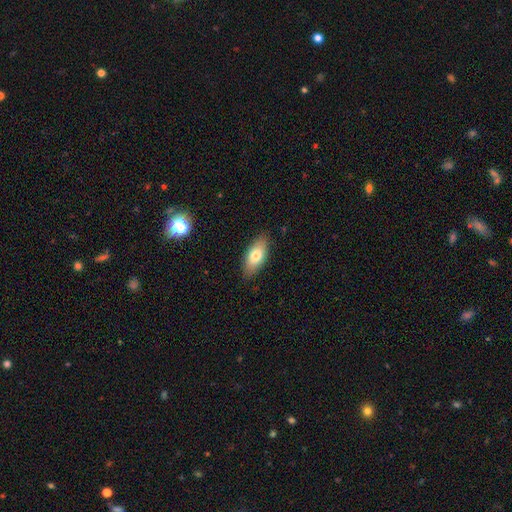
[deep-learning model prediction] Smooth or featured: smooth — 75% (featured or disk — 18%)
How rounded: in between — 86% (cigar-shaped — 11%)
Merging: none — 86% (minor disturbance — 11%)